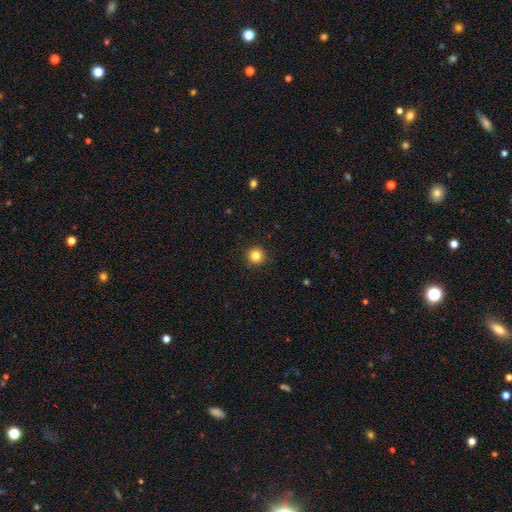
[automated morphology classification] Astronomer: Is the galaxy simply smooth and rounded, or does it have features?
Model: smooth — 83%.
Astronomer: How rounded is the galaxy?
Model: round — 96%.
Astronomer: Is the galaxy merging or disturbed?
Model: none — 93%.